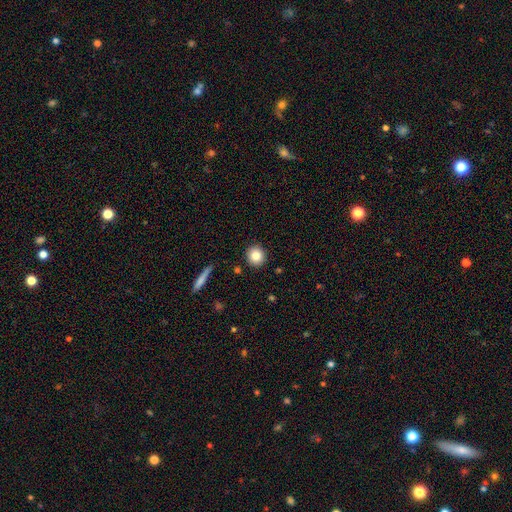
A smooth galaxy with no disk features (90%) that is round (97%).

Vote fractions:
- Smooth or featured? smooth: 90% / featured or disk: 5% / star or artifact: 5%
- How rounded? round: 97% / in between: 3% / cigar-shaped: 0%
- Merging? none: 89% / minor disturbance: 5% / merger: 5% / major disturbance: 0%